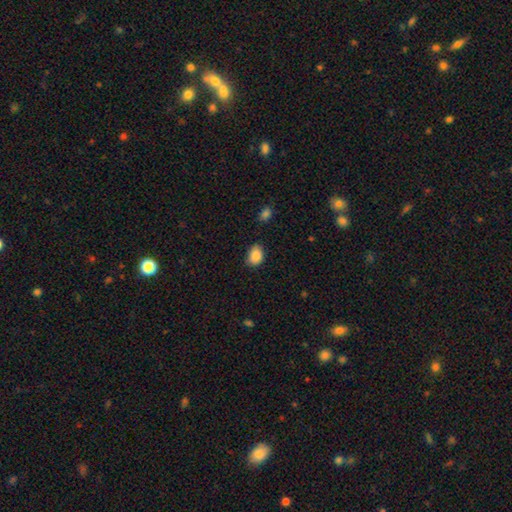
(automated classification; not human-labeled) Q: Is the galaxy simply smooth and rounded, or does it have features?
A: smooth — 87%.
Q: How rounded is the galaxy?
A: in between — 74%.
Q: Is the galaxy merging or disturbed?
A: none — 70%.